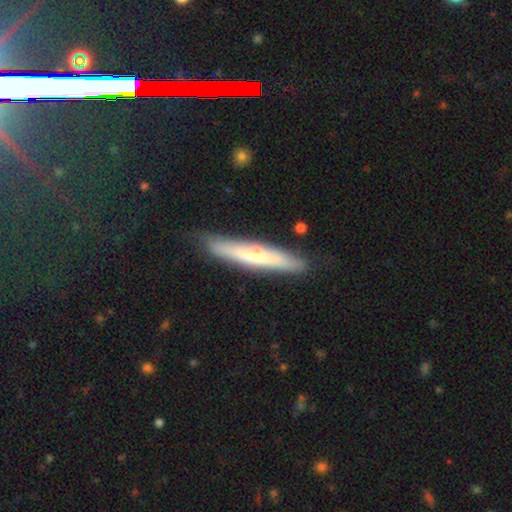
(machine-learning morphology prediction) A smooth galaxy with no disk features (54%) that is cigar-shaped (93%).

Vote fractions:
- Smooth or featured? smooth: 54% / featured or disk: 40% / star or artifact: 6%
- How rounded? cigar-shaped: 93% / in between: 6% / round: 1%
- Merging? none: 81% / minor disturbance: 14% / major disturbance: 3% / merger: 2%